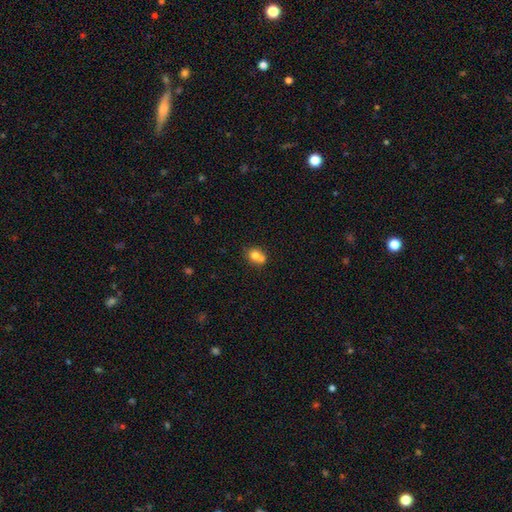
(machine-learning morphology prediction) Smooth or featured? smooth (74%)
How rounded? round (70%)
Merging? merger (51%)